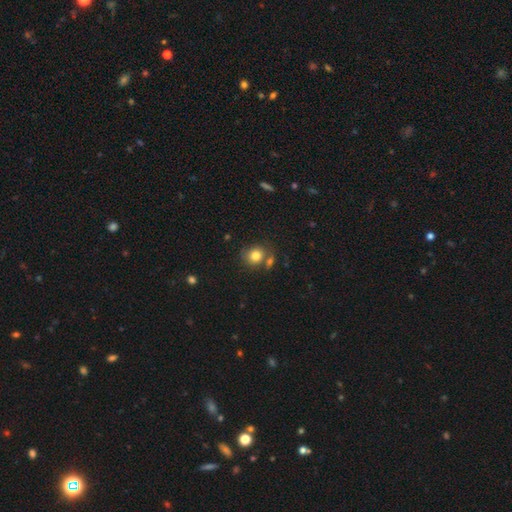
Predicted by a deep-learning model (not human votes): Q: Smooth or featured?
A: smooth (81%); runner-up: star or artifact (10%)
Q: How rounded?
A: round (77%); runner-up: in between (22%)
Q: Merging?
A: none (65%); runner-up: merger (19%)